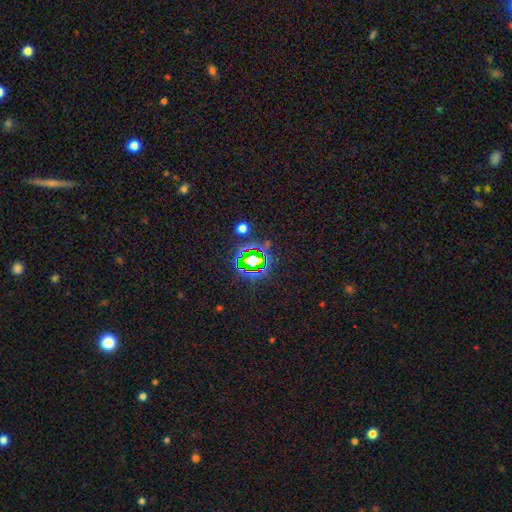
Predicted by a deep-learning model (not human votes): smooth-or-featured: star or artifact: 74% | smooth: 16% | featured or disk: 9%